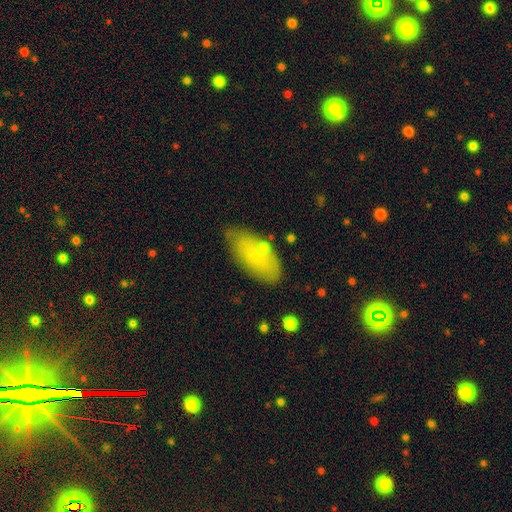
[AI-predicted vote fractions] Morphology: type=smooth (70%); roundness=in between (86%); merging=none (75%).